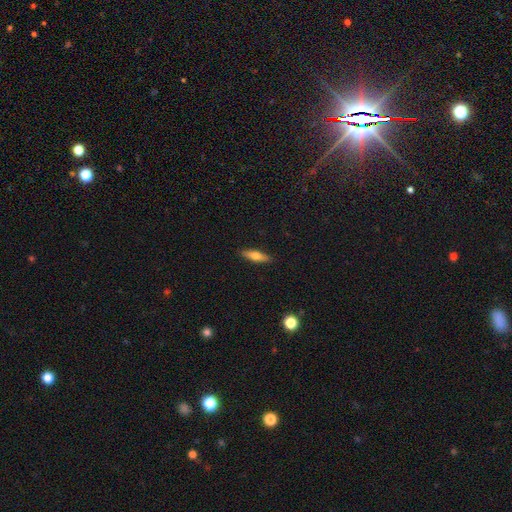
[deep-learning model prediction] The model was most divided on "how rounded": cigar-shaped: 58%, in between: 39%, round: 3%. More confident: merging — none (89%); smooth or featured — smooth (63%).